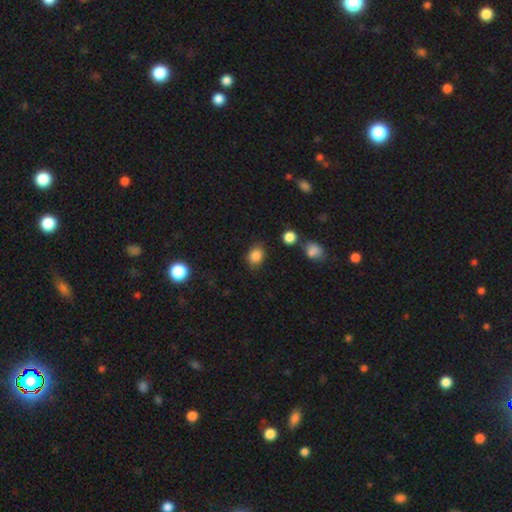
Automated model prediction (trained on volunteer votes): A smooth galaxy with no disk features (85%) that is round (50%).

Vote fractions:
- Smooth or featured? smooth: 85% / star or artifact: 11% / featured or disk: 5%
- How rounded? round: 50% / in between: 49% / cigar-shaped: 1%
- Merging? none: 80% / minor disturbance: 14% / major disturbance: 3% / merger: 3%